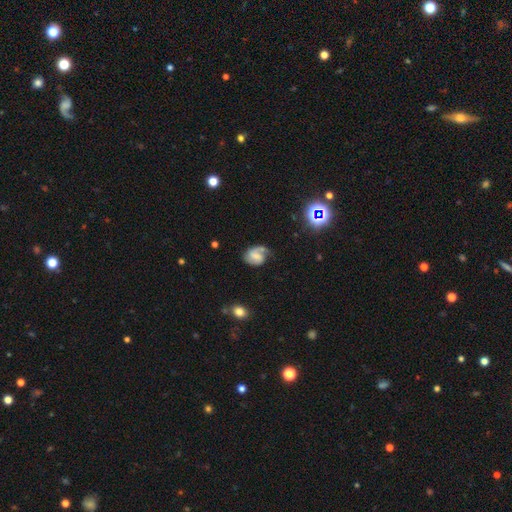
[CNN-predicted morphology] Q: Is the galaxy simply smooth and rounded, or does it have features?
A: featured or disk — 66%.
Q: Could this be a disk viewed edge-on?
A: no — 98%.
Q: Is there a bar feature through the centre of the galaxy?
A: weak — 46%.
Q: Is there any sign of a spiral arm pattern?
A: yes — 90%.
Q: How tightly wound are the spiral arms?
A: medium — 44%.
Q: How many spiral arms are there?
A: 2 — 56%.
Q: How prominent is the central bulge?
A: none — 37%.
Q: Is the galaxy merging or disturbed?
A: none — 52%.